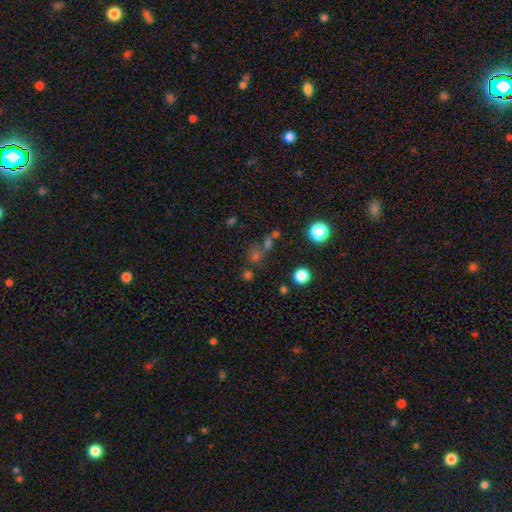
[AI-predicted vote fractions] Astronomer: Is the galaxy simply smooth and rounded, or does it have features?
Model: smooth — 48% (runner-up: star or artifact, 39%).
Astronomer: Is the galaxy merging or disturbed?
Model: none — 58%.